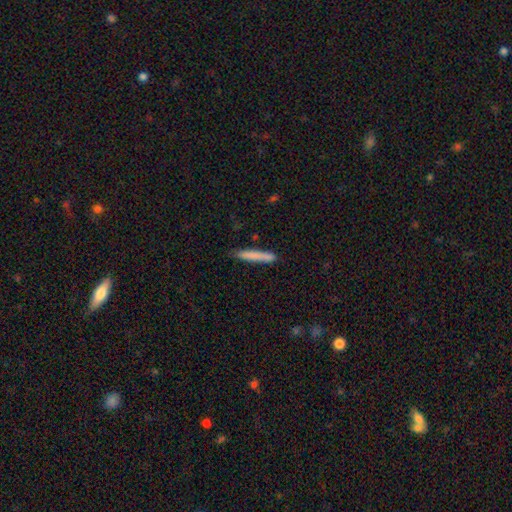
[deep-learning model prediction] A smooth galaxy with no disk features (79%) that is cigar-shaped (95%).

Vote fractions:
- Smooth or featured? smooth: 79% / featured or disk: 15% / star or artifact: 6%
- How rounded? cigar-shaped: 95% / in between: 4% / round: 1%
- Merging? none: 84% / minor disturbance: 12% / major disturbance: 2% / merger: 2%